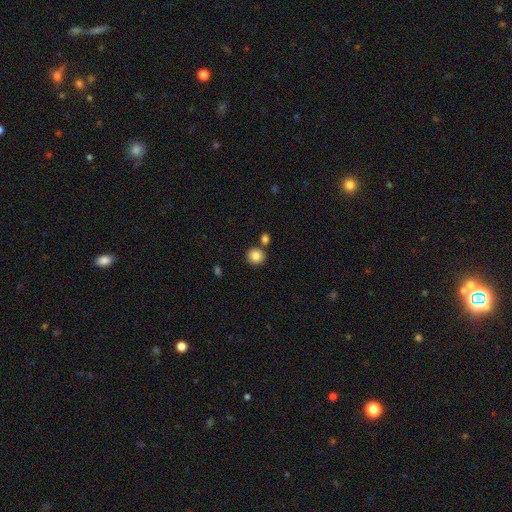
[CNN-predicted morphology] A smooth galaxy with no disk features (85%) that is round (87%). Merging: none (79%).